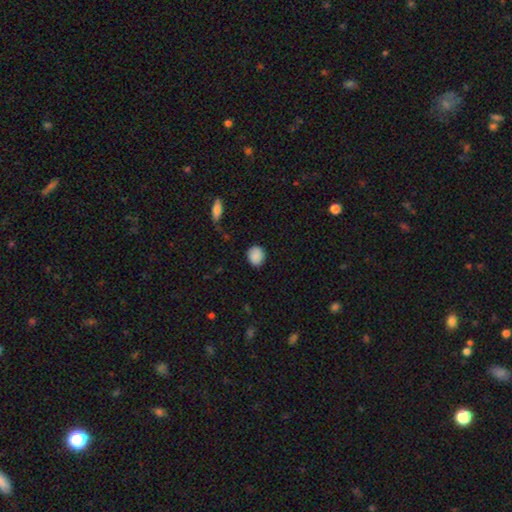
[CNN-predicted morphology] Smooth or featured? Predicted: smooth (p=0.88). How rounded? Predicted: round (p=0.73). Merging? Predicted: none (p=0.84).